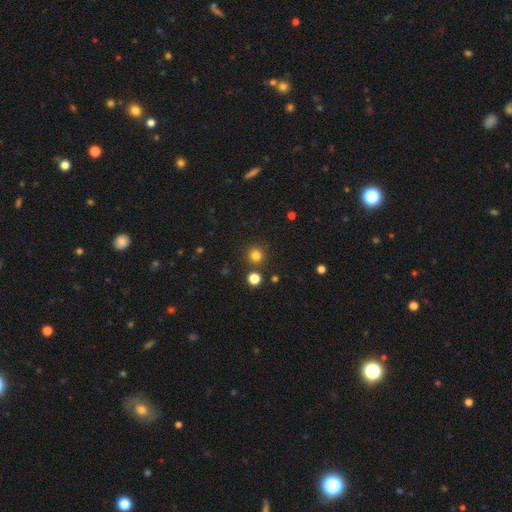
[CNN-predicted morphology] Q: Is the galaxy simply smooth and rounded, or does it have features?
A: smooth — 80%.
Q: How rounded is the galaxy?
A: round — 94%.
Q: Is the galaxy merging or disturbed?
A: none — 87%.